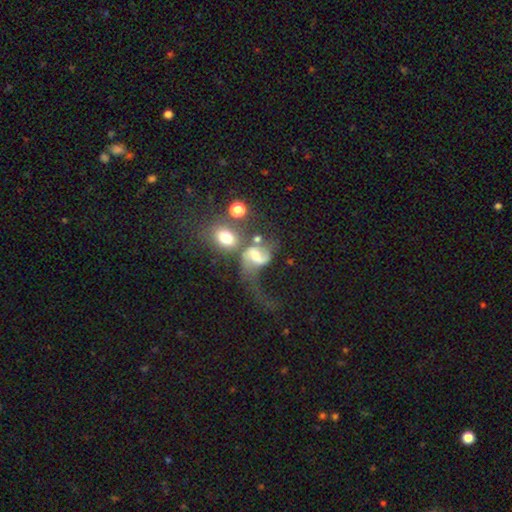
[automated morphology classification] A featured or disk galaxy (64%) with a weak bar (41%), 2 (75%) loose (72%) spiral arms (84%) and a moderate central bulge (35%).

Vote fractions:
- Smooth or featured? featured or disk: 64% / smooth: 24% / star or artifact: 12%
- Edge-on disk? no: 97% / yes: 3%
- Bar? weak: 41% / no: 36% / strong: 24%
- Spiral arms? yes: 84% / no: 16%
- Spiral winding? loose: 72% / medium: 22% / tight: 6%
- Spiral arm count? 2: 75% / 1: 16% / can't tell: 6% / 3: 1% / 4: 1% / more than 4: 1%
- Bulge size? moderate: 35% / small: 28% / none: 18% / large: 15% / dominant: 4%
- Merging? merger: 36% / major disturbance: 33% / none: 20% / minor disturbance: 11%